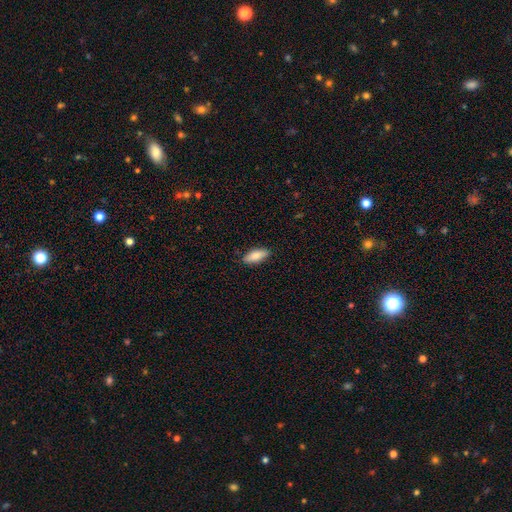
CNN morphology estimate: smooth_or_featured: smooth (p=0.84) [alt: featured or disk p=0.10]
how_rounded: in between (p=0.78) [alt: cigar-shaped p=0.20]
merging: none (p=0.86) [alt: minor disturbance p=0.11]